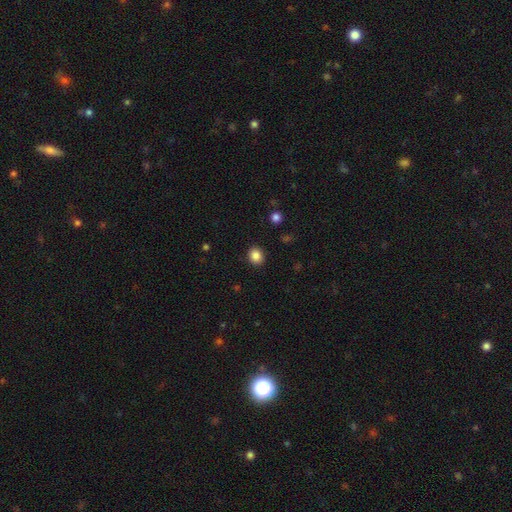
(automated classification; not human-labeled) A smooth galaxy with no disk features (86%) that is round (70%).

Vote fractions:
- Smooth or featured? smooth: 86% / star or artifact: 10% / featured or disk: 4%
- How rounded? round: 70% / in between: 29% / cigar-shaped: 1%
- Merging? none: 91% / minor disturbance: 6% / major disturbance: 2% / merger: 1%